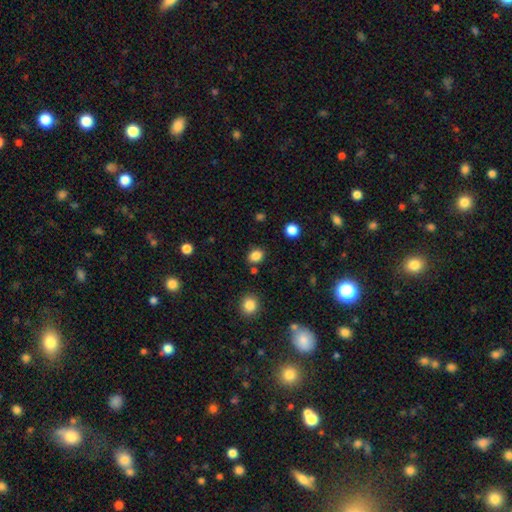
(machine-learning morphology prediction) Smooth or featured? smooth (84%)
How rounded? in between (50%)
Merging? none (81%)